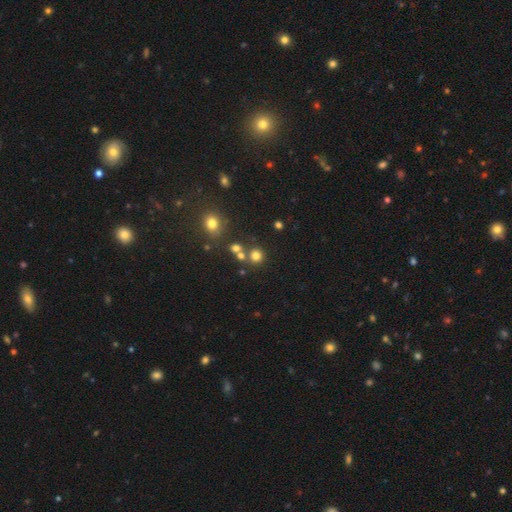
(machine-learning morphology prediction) smooth 74%, star or artifact 18%, featured or disk 8%. Down the decision tree: how rounded — round (89%); merging — none (68%).